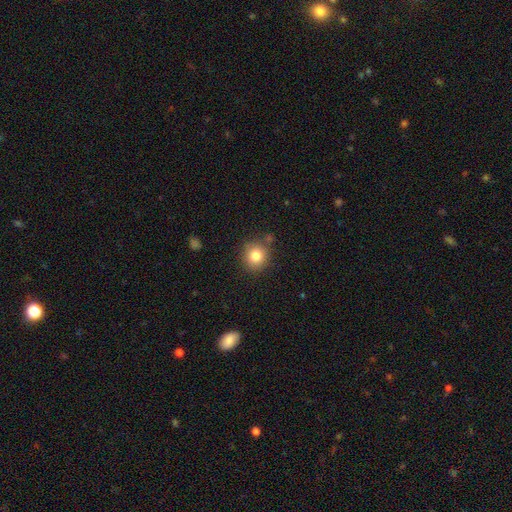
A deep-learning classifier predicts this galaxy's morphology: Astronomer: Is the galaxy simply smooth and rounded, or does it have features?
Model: smooth — 81%.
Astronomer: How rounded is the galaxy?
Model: round — 88%.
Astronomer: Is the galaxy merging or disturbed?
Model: none — 83%.